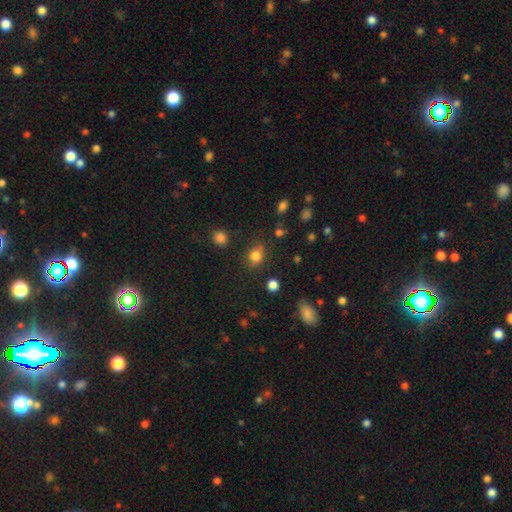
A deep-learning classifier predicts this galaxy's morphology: Smooth or featured? Predicted: smooth (p=0.80). How rounded? Predicted: round (p=0.59). Merging? Predicted: none (p=0.72).